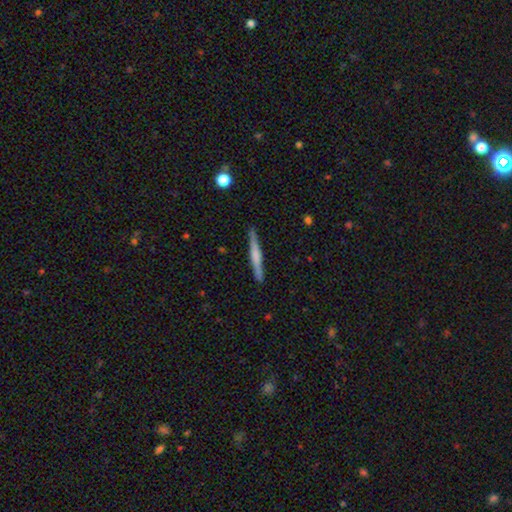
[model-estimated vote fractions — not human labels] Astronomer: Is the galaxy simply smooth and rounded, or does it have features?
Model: featured or disk — 51% (runner-up: smooth, 43%).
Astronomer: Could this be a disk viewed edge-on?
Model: yes — 98%.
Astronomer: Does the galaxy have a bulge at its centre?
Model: rounded — 44% (runner-up: none, 33%).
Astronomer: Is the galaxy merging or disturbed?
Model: none — 90%.